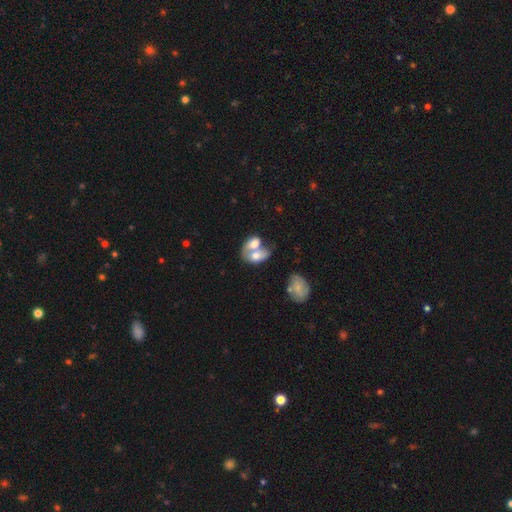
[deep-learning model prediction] smooth 64%, featured or disk 29%, star or artifact 7%. Down the decision tree: how rounded — in between (81%); merging — merger (75%).